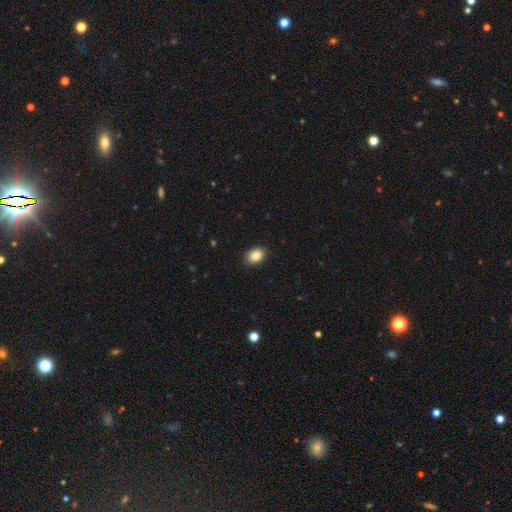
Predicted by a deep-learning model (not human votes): Smooth or featured: smooth — 88% (star or artifact — 8%)
How rounded: in between — 77% (round — 22%)
Merging: none — 87% (minor disturbance — 10%)